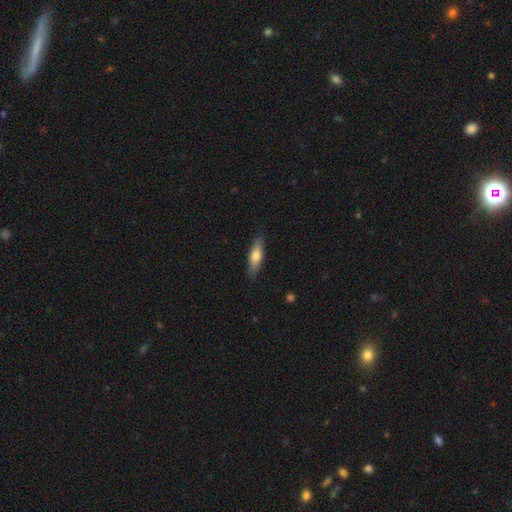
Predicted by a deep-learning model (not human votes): Smooth or featured?
  - smooth: 67% *
  - featured or disk: 27%
  - star or artifact: 6%
How rounded?
  - cigar-shaped: 58% *
  - in between: 40%
  - round: 2%
Merging?
  - none: 87% *
  - minor disturbance: 10%
  - major disturbance: 2%
  - merger: 1%